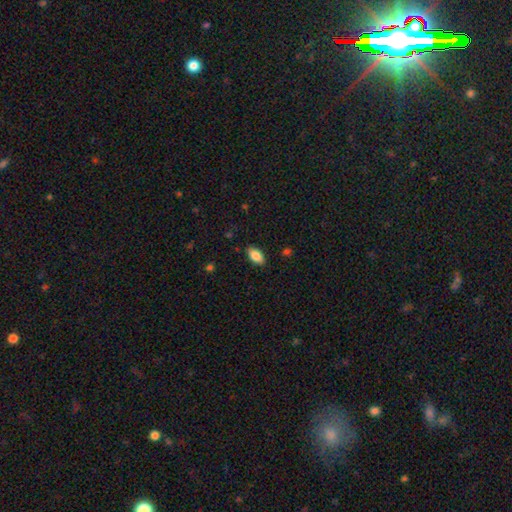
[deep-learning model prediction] smooth-or-featured: smooth: 84% | featured or disk: 9% | star or artifact: 7%
  how-rounded: in between: 92% | cigar-shaped: 5% | round: 3%
  merging: none: 87% | minor disturbance: 9% | major disturbance: 2% | merger: 1%